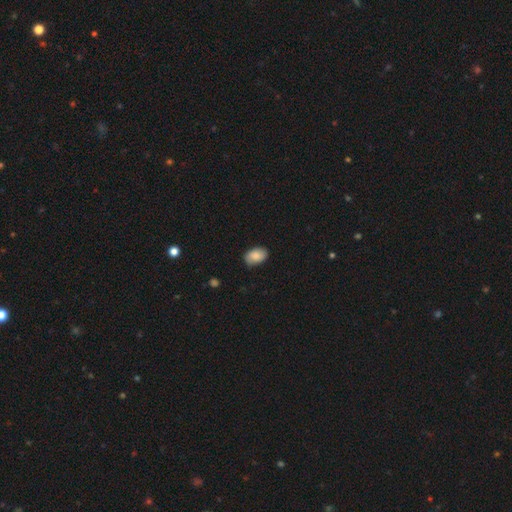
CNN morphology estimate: smooth_or_featured: smooth (p=0.87) [alt: star or artifact p=0.07]
how_rounded: in between (p=0.90) [alt: round p=0.09]
merging: none (p=0.84) [alt: minor disturbance p=0.13]